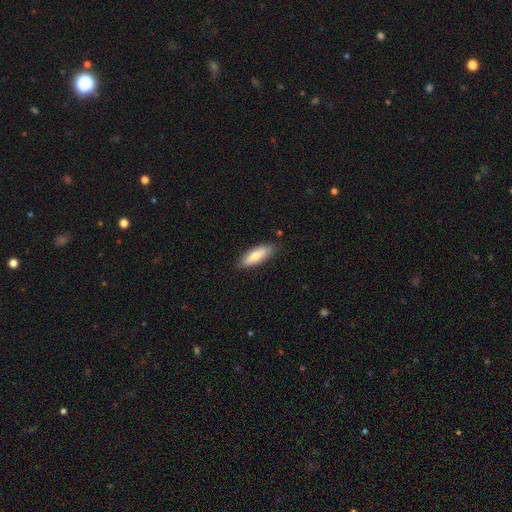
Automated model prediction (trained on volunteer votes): A smooth galaxy with no disk features (73%) that is in between round and cigar-shaped (59%).

Vote fractions:
- Smooth or featured? smooth: 73% / featured or disk: 21% / star or artifact: 6%
- How rounded? in between: 59% / cigar-shaped: 40% / round: 2%
- Merging? none: 82% / minor disturbance: 15% / major disturbance: 2% / merger: 1%